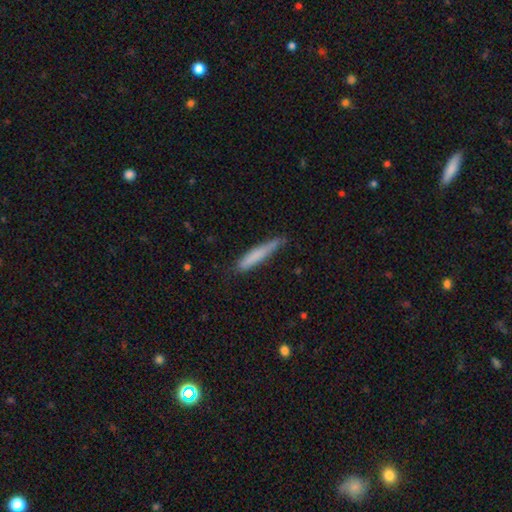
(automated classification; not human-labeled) Smooth or featured?
  - smooth: 75% *
  - featured or disk: 19%
  - star or artifact: 6%
How rounded?
  - cigar-shaped: 94% *
  - in between: 5%
  - round: 1%
Merging?
  - none: 69% *
  - minor disturbance: 25%
  - major disturbance: 5%
  - merger: 2%